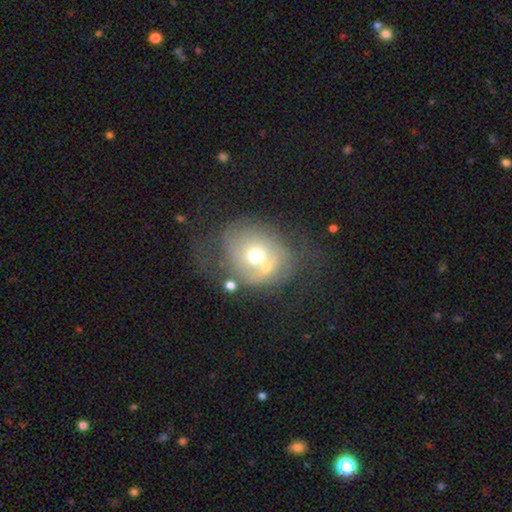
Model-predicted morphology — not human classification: smooth-or-featured: smooth: 46% | featured or disk: 44% | star or artifact: 11%
  merging: none: 31% | merger: 29% | major disturbance: 21% | minor disturbance: 19%